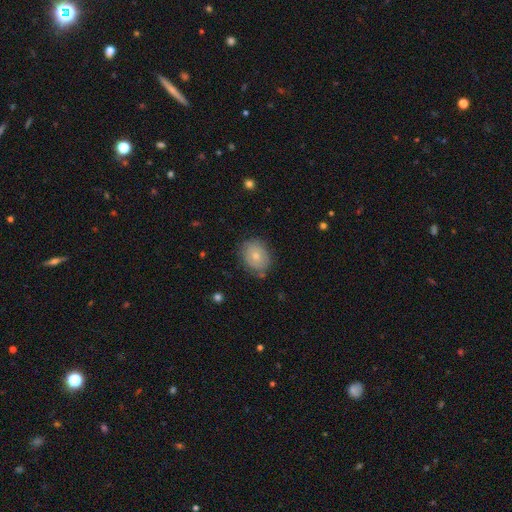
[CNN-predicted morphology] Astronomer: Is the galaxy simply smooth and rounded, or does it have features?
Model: smooth — 67%.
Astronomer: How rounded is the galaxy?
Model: in between — 55% (runner-up: round, 44%).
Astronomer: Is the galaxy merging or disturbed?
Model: none — 76%.